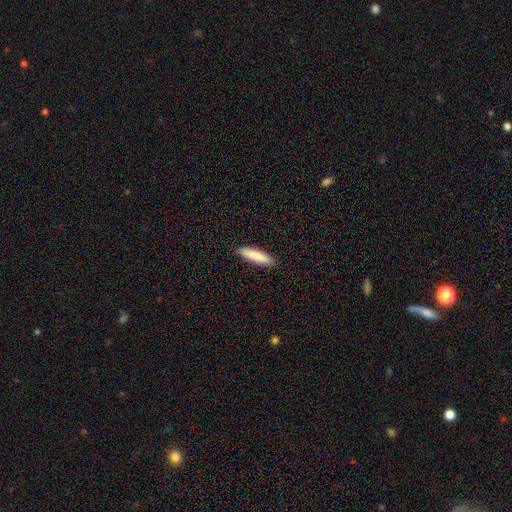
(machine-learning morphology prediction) smooth-or-featured: smooth: 87% | featured or disk: 7% | star or artifact: 5%
  how-rounded: cigar-shaped: 75% | in between: 24% | round: 1%
  merging: none: 90% | minor disturbance: 8% | major disturbance: 2% | merger: 1%